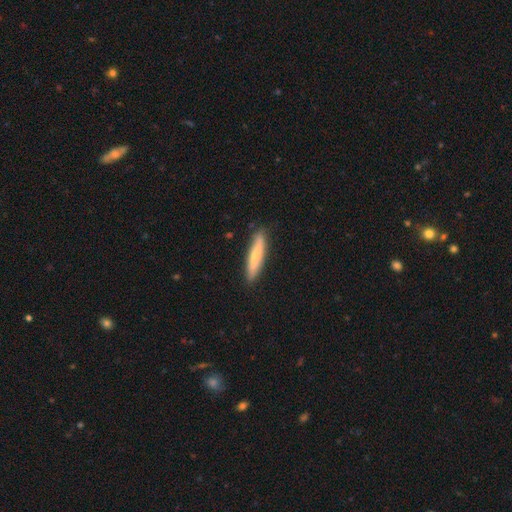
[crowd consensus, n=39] This appears to be a smooth galaxy with no disk features (59%) that is cigar-shaped (91%). Merging: none (95%).